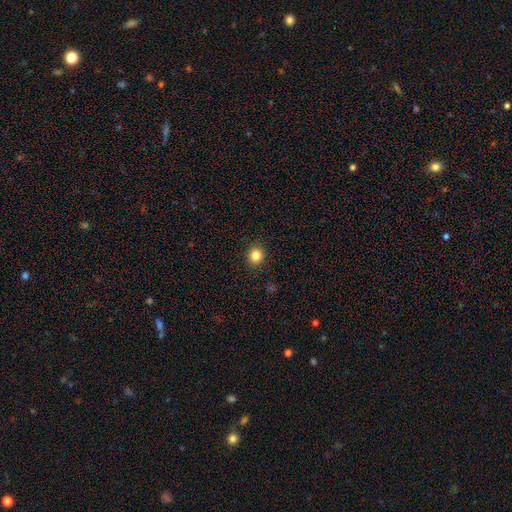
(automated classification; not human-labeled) Morphology: type=smooth (83%); roundness=round (82%); merging=none (91%).